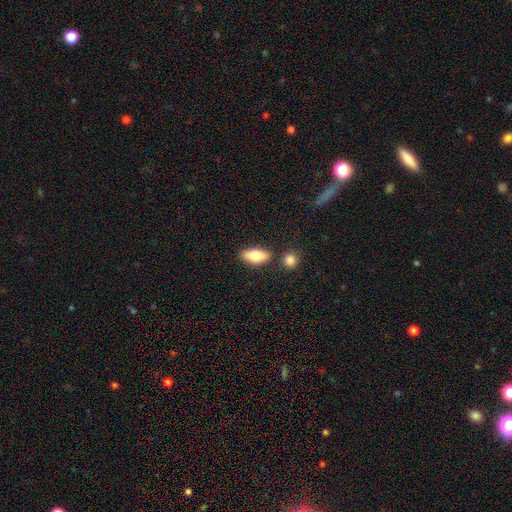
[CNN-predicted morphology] A smooth galaxy with no disk features (77%) that is in between round and cigar-shaped (83%).

Vote fractions:
- Smooth or featured? smooth: 77% / featured or disk: 16% / star or artifact: 7%
- How rounded? in between: 83% / cigar-shaped: 13% / round: 4%
- Merging? none: 77% / minor disturbance: 11% / merger: 9% / major disturbance: 3%